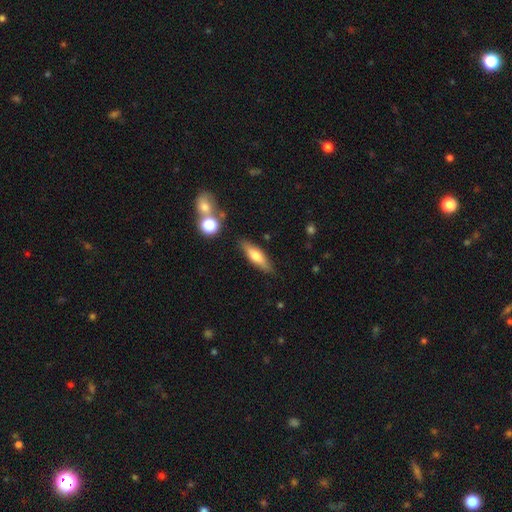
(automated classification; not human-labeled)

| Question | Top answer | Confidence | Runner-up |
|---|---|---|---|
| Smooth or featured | smooth | 59% | featured or disk (34%) |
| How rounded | cigar-shaped | 60% | in between (38%) |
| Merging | none | 84% | minor disturbance (11%) |